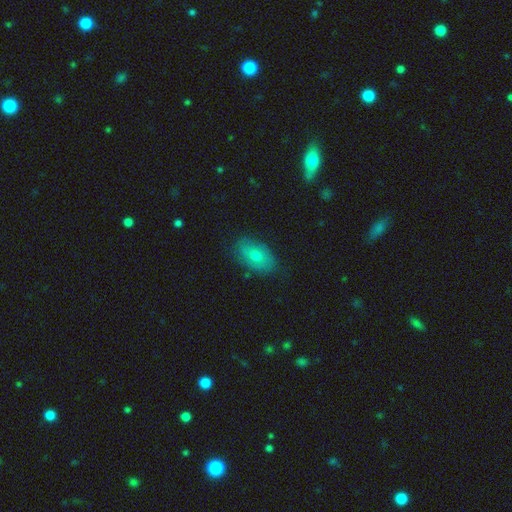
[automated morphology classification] smooth 67%, featured or disk 25%, star or artifact 9%. Down the decision tree: how rounded — in between (89%); merging — none (81%).